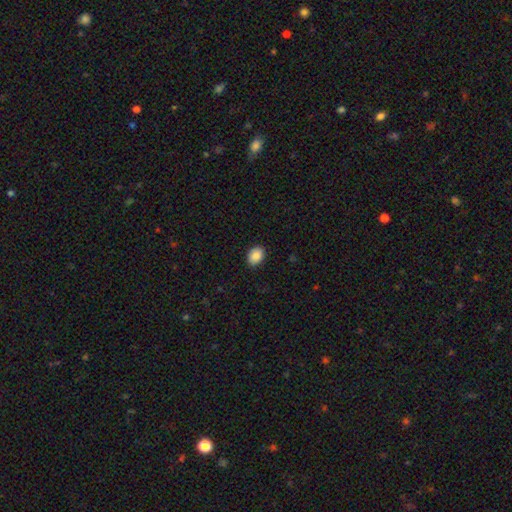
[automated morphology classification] Q: Smooth or featured?
A: smooth (89%); runner-up: star or artifact (8%)
Q: How rounded?
A: in between (69%); runner-up: round (30%)
Q: Merging?
A: none (89%); runner-up: minor disturbance (8%)